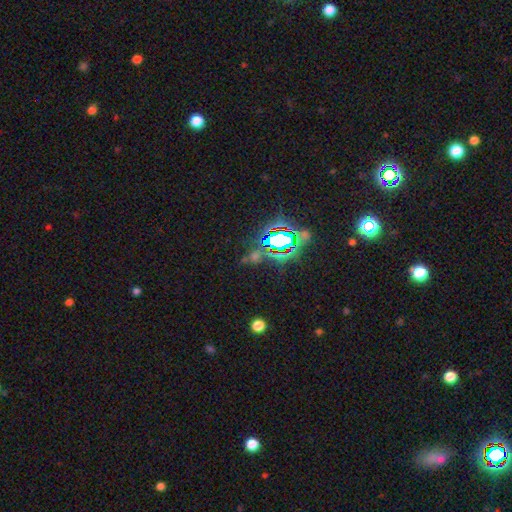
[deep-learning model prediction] Smooth or featured?
  - star or artifact: 71% *
  - smooth: 19%
  - featured or disk: 10%